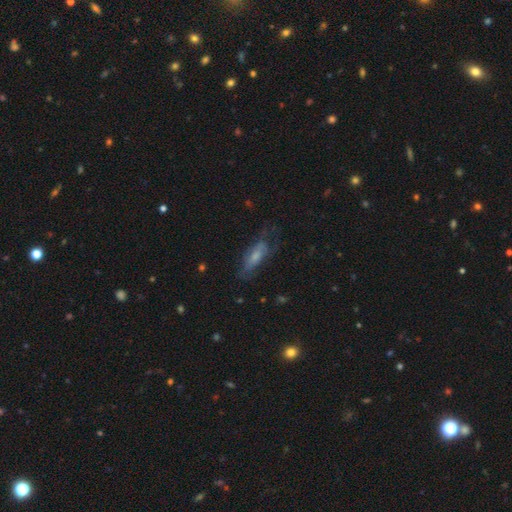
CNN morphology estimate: smooth_or_featured: smooth (p=0.48) [alt: featured or disk p=0.42]
merging: none (p=0.50) [alt: minor disturbance p=0.26]